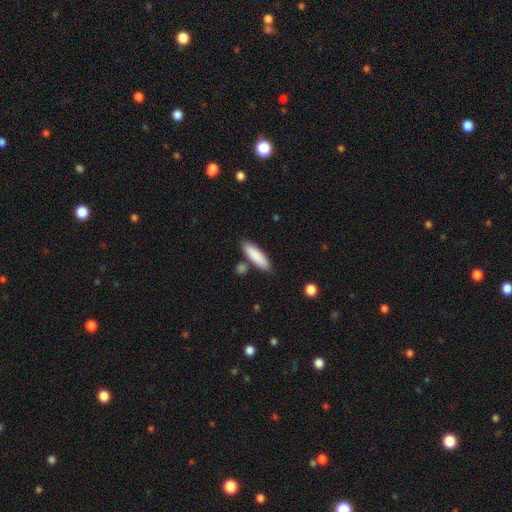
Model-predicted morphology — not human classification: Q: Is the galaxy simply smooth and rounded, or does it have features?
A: smooth — 87%.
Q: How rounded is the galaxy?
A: cigar-shaped — 58%.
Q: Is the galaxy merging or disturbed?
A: none — 81%.